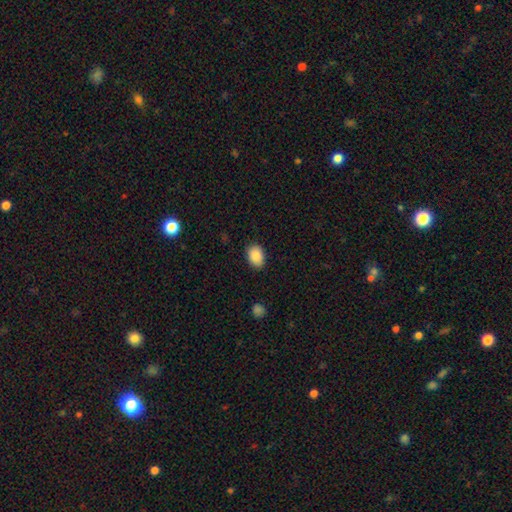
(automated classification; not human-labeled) This appears to be a smooth galaxy with no disk features (89%) that is in between round and cigar-shaped (79%). Merging: none (86%).